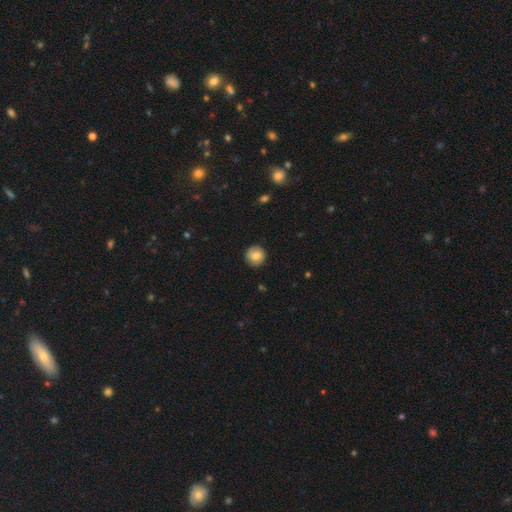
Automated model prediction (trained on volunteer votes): This appears to be a smooth galaxy with no disk features (76%) that is round (91%). Merging: none (86%).